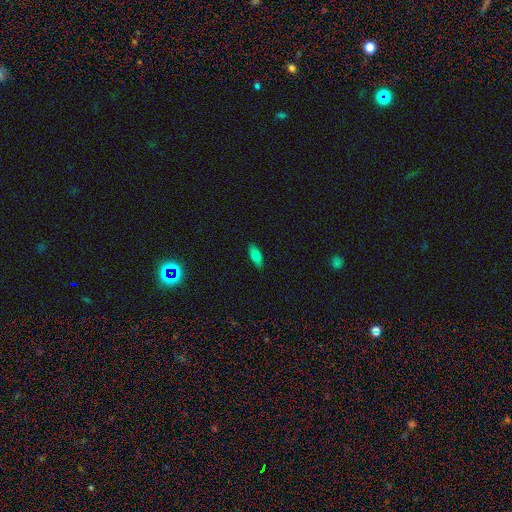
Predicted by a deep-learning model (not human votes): smooth 76%, featured or disk 15%, star or artifact 9%. Down the decision tree: how rounded — in between (74%); merging — none (87%).